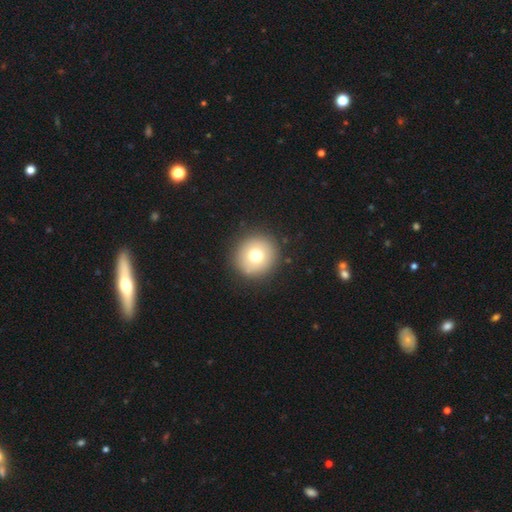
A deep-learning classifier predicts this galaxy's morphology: Smooth or featured? smooth (73%)
How rounded? round (93%)
Merging? none (91%)